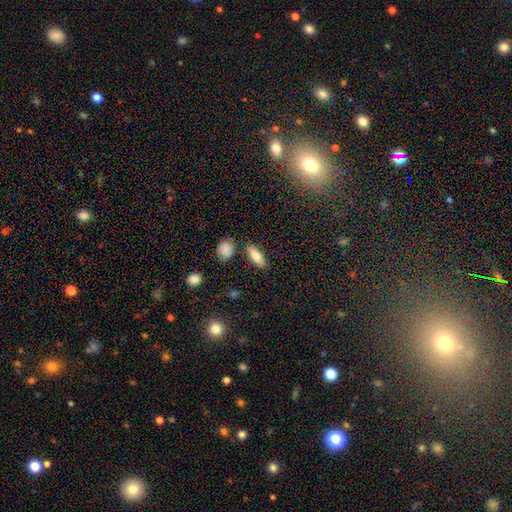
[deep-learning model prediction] smooth-or-featured: smooth: 80% | featured or disk: 13% | star or artifact: 7%
  how-rounded: in between: 73% | cigar-shaped: 24% | round: 3%
  merging: none: 82% | minor disturbance: 11% | merger: 5% | major disturbance: 3%